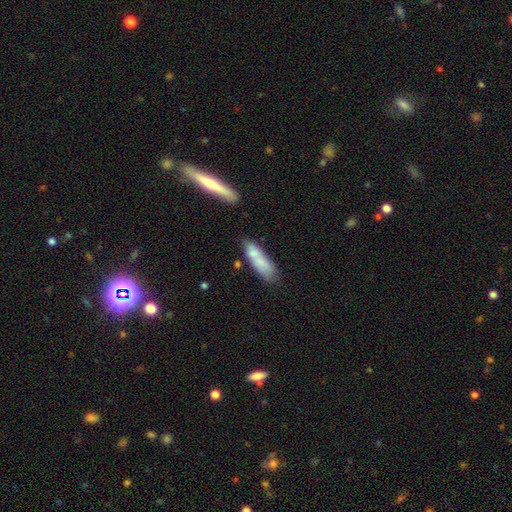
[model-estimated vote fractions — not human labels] Smooth or featured? Predicted: smooth (p=0.64). How rounded? Predicted: cigar-shaped (p=0.64). Merging? Predicted: none (p=0.61).